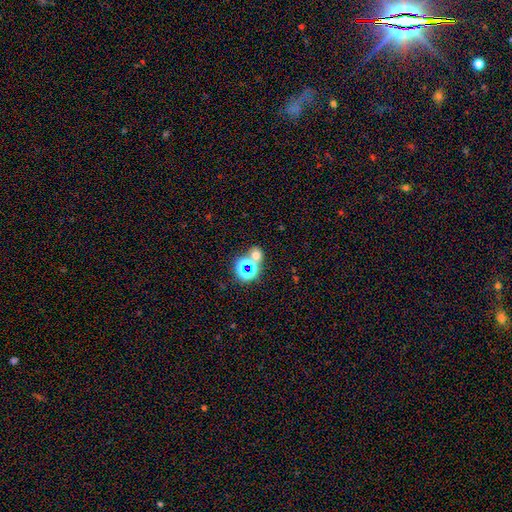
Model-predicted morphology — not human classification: smooth_or_featured: smooth (p=0.50) [alt: star or artifact p=0.40]
how_rounded: round (p=0.70) [alt: in between p=0.28]
merging: none (p=0.55) [alt: merger p=0.33]